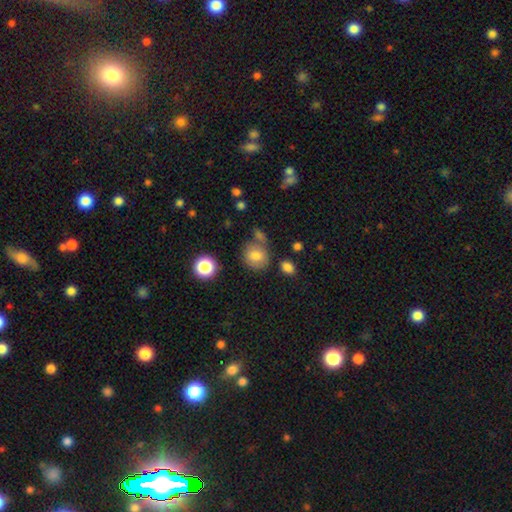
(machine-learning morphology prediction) This is likely a smooth galaxy (79%). How rounded: likely round (80%). Merging: likely none (68%).